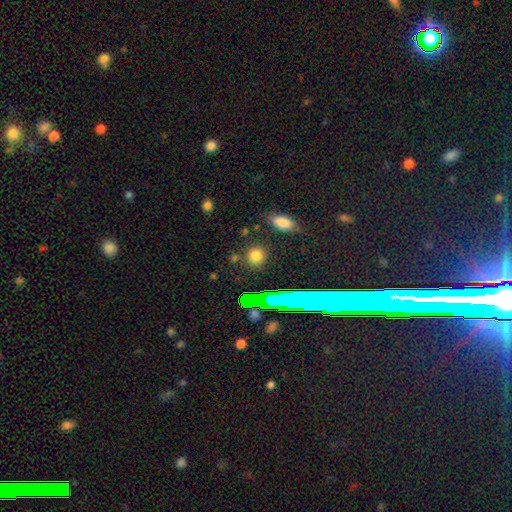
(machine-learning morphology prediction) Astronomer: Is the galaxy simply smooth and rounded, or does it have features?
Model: smooth — 77%.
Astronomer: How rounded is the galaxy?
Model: round — 85%.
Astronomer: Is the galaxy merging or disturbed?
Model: none — 86%.